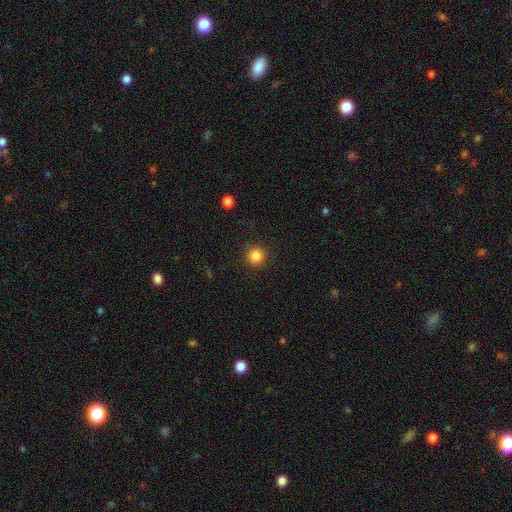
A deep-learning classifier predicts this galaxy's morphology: Smooth or featured? Predicted: smooth (p=0.85). How rounded? Predicted: round (p=0.95). Merging? Predicted: none (p=0.91).